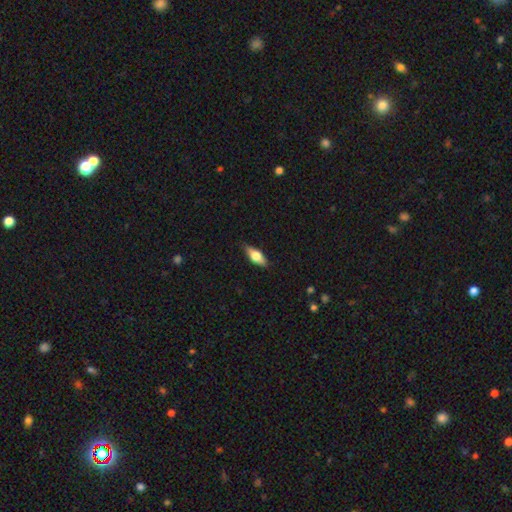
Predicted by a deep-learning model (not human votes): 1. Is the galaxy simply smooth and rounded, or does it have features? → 60% smooth, 34% featured or disk, 6% star or artifact.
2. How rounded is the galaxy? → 72% in between, 25% cigar-shaped, 4% round.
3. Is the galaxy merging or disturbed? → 81% none, 16% minor disturbance, 3% major disturbance, 1% merger.